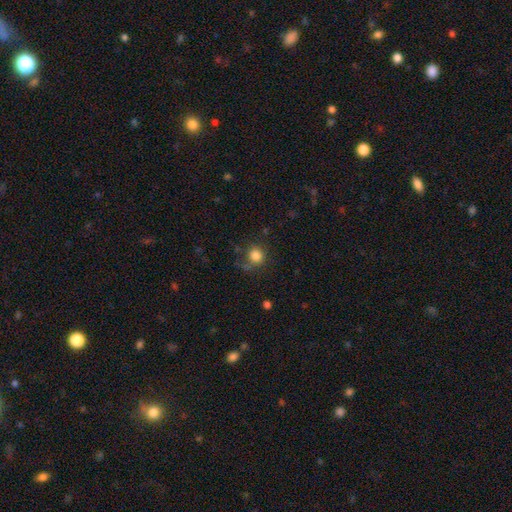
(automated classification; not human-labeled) A smooth galaxy with no disk features (82%) that is round (88%). Merging: none (67%).